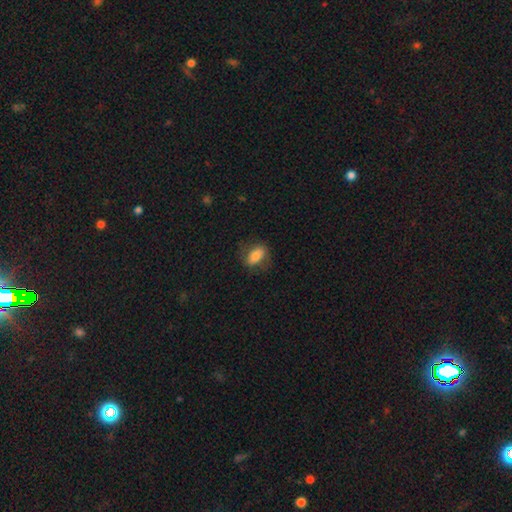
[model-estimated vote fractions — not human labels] smooth_or_featured: smooth (p=0.73) [alt: featured or disk p=0.19]
how_rounded: in between (p=0.85) [alt: round p=0.10]
merging: none (p=0.72) [alt: minor disturbance p=0.18]